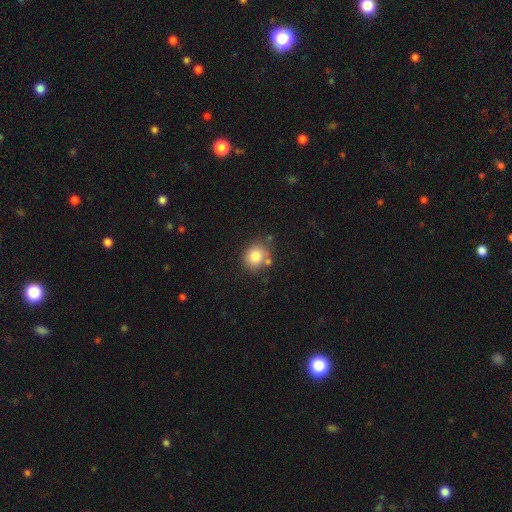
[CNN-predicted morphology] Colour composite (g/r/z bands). It shows a smooth galaxy with no disk features (82%) that is round (72%). Merging: none (70%).